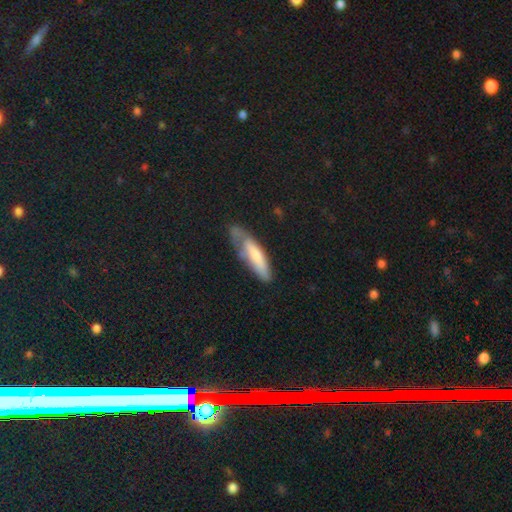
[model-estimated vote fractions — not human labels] Smooth or featured? smooth (65%)
How rounded? cigar-shaped (65%)
Merging? none (43%)